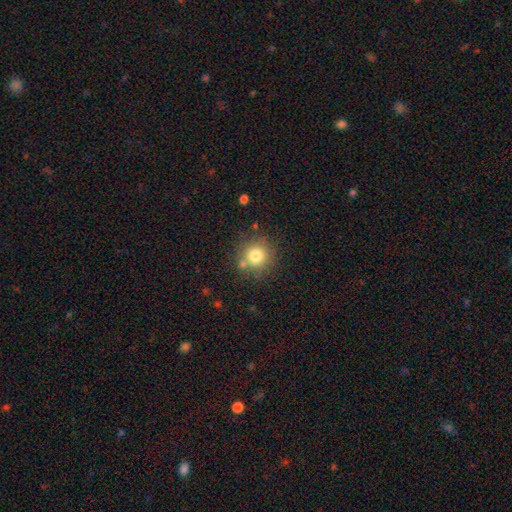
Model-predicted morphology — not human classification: Smooth or featured? smooth (78%)
How rounded? round (92%)
Merging? none (78%)